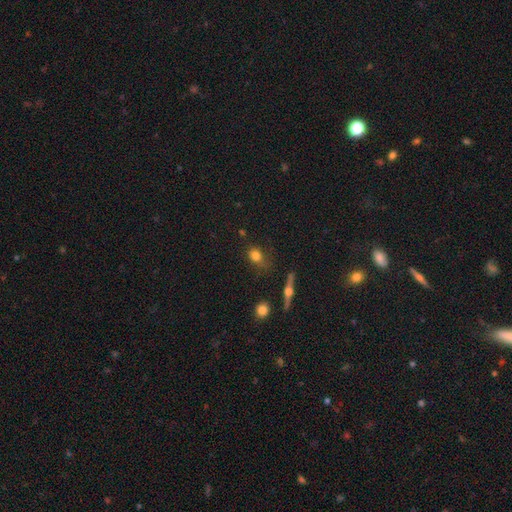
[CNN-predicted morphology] smooth-or-featured: smooth: 77% | featured or disk: 12% | star or artifact: 11%
  how-rounded: in between: 49% | round: 47% | cigar-shaped: 4%
  merging: none: 67% | minor disturbance: 21% | major disturbance: 7% | merger: 4%